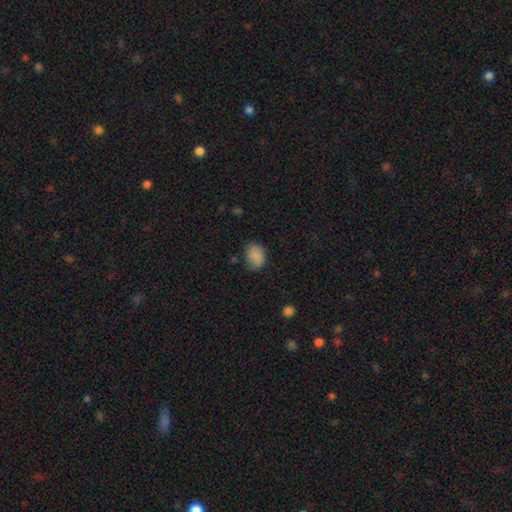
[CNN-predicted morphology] This is clearly a smooth galaxy (85%). How rounded: likely in between (63%). Merging: likely none (72%).